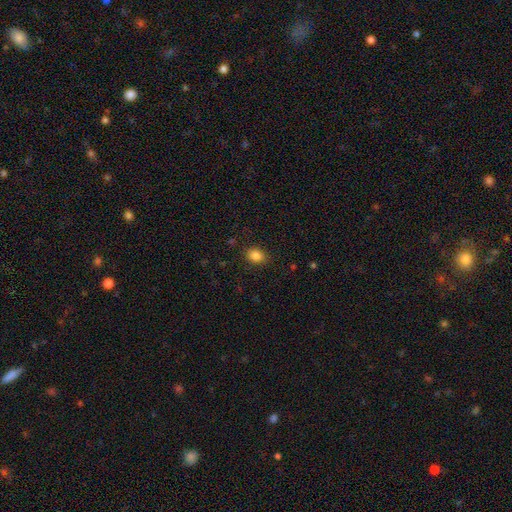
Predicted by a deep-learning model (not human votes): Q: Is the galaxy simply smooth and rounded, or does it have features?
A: smooth — 85%.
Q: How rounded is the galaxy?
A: round — 51%.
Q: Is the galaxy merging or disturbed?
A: none — 87%.